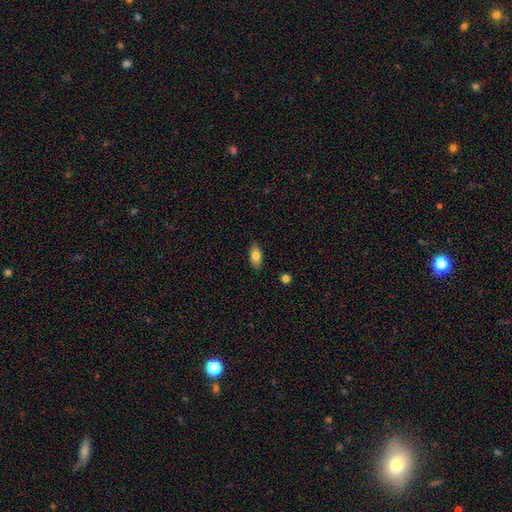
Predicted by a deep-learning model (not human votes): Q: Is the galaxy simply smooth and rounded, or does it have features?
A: smooth — 78%.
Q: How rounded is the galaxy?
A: in between — 88%.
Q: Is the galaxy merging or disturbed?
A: none — 86%.